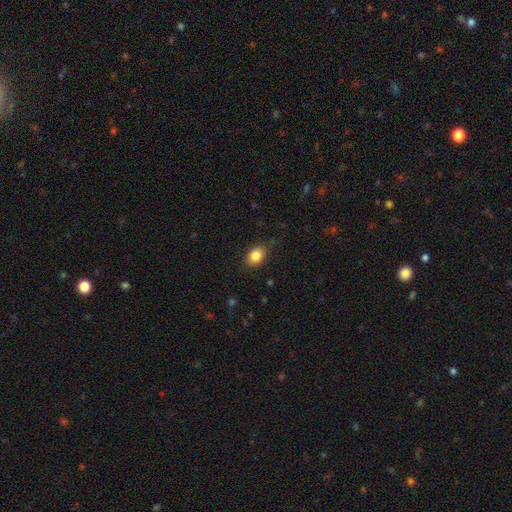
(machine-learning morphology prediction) smooth_or_featured: smooth (p=0.85) [alt: star or artifact p=0.09]
how_rounded: in between (p=0.72) [alt: round p=0.27]
merging: none (p=0.83) [alt: minor disturbance p=0.13]